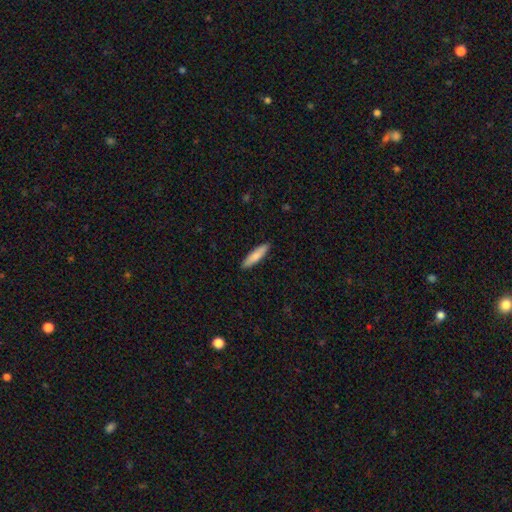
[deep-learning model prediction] This appears to be a smooth galaxy with no disk features (82%) that is cigar-shaped (77%). Merging: none (90%).